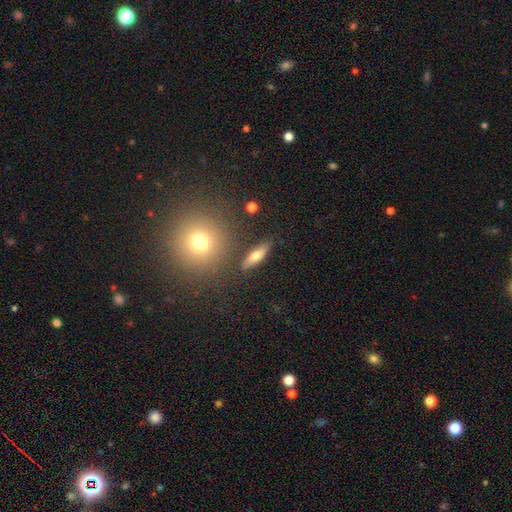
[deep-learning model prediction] Q: Smooth or featured?
A: smooth (65%); runner-up: featured or disk (26%)
Q: How rounded?
A: cigar-shaped (51%); runner-up: in between (43%)
Q: Merging?
A: none (83%); runner-up: minor disturbance (10%)